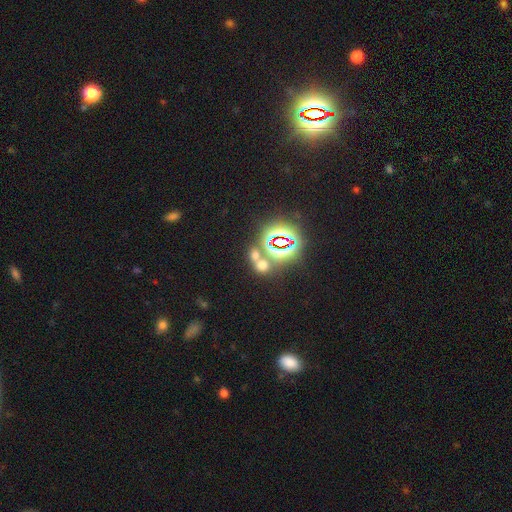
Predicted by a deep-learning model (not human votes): A star or artifact, not a galaxy (46%).

Vote fractions:
- Smooth or featured? star or artifact: 46% / smooth: 43% / featured or disk: 11%